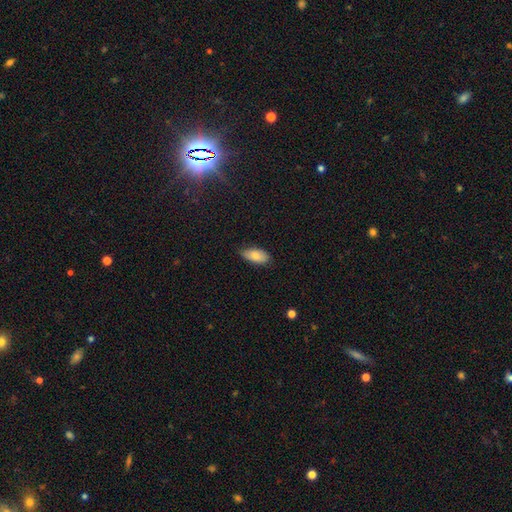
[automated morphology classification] Q: Smooth or featured?
A: smooth (82%); runner-up: featured or disk (11%)
Q: How rounded?
A: in between (92%); runner-up: cigar-shaped (6%)
Q: Merging?
A: none (77%); runner-up: minor disturbance (19%)